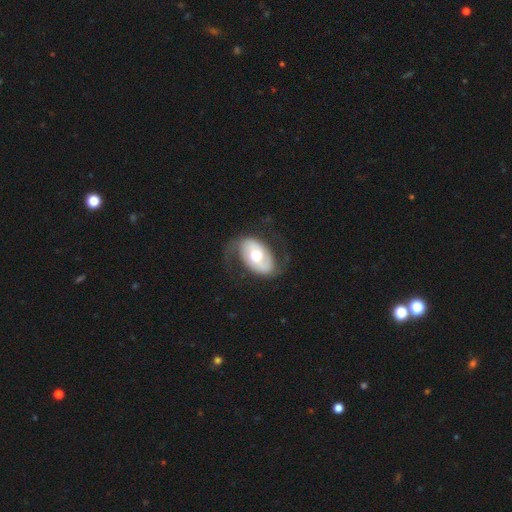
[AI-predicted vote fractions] Morphology: type=featured or disk (73%); edge-on=no (95%); bar=no (53%); spiral arms=yes (80%); winding=loose (52%); arm count=2 (90%); bulge=moderate (73%); merging=none (69%).